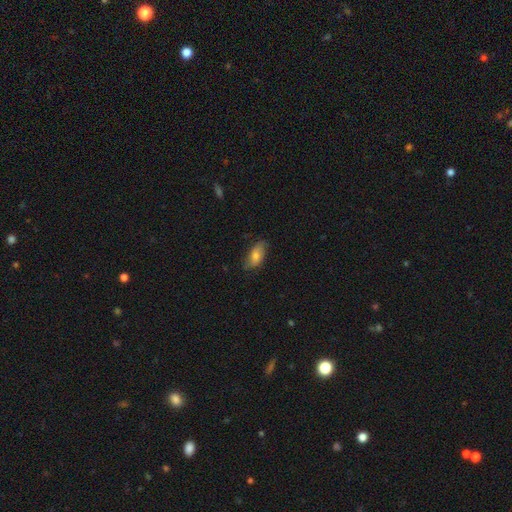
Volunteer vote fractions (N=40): This appears to be a smooth galaxy with no disk features (62%) that is in between round and cigar-shaped (96%). Merging: none (77%).